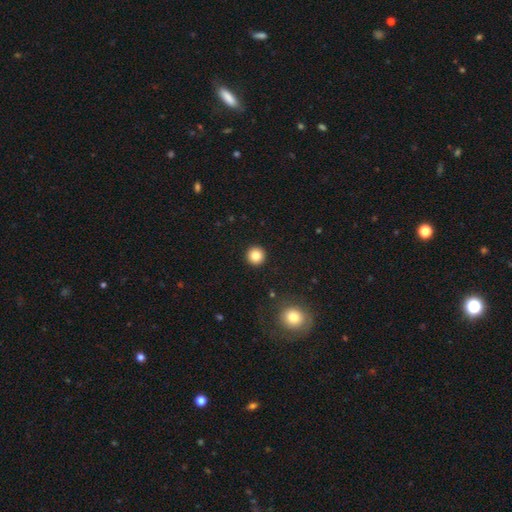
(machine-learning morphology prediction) smooth 82%, star or artifact 11%, featured or disk 7%. Down the decision tree: how rounded — round (96%); merging — none (93%).